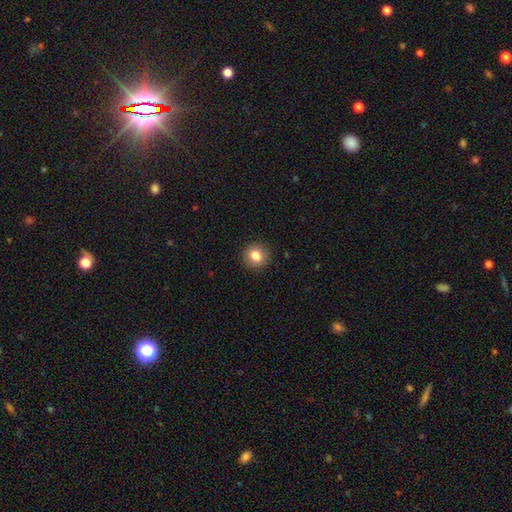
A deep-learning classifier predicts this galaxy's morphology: Smooth or featured: smooth — 83% (star or artifact — 10%)
How rounded: round — 86% (in between — 13%)
Merging: none — 91% (minor disturbance — 6%)